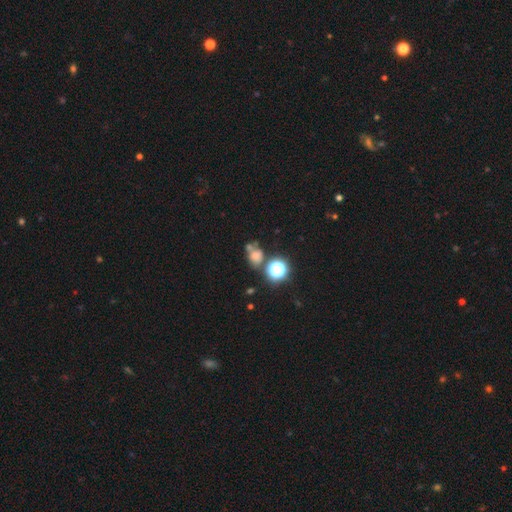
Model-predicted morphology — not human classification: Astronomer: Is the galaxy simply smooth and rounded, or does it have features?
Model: smooth — 60%.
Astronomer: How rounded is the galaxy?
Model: round — 61% (runner-up: in between, 37%).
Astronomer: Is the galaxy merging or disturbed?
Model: none — 47% (runner-up: merger, 29%).